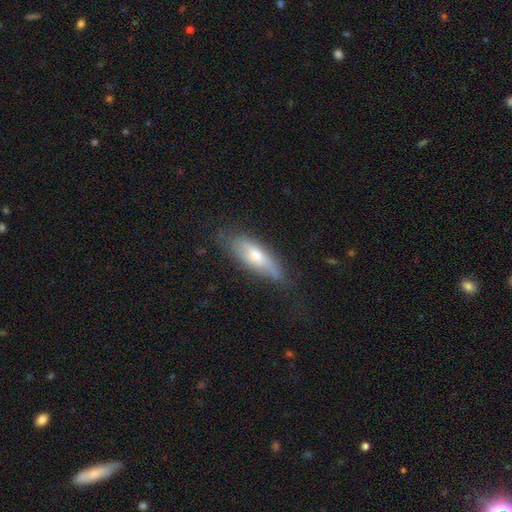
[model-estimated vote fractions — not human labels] smooth 50%, featured or disk 42%, star or artifact 7%. Down the decision tree: how rounded — in between (50%); merging — none (65%).